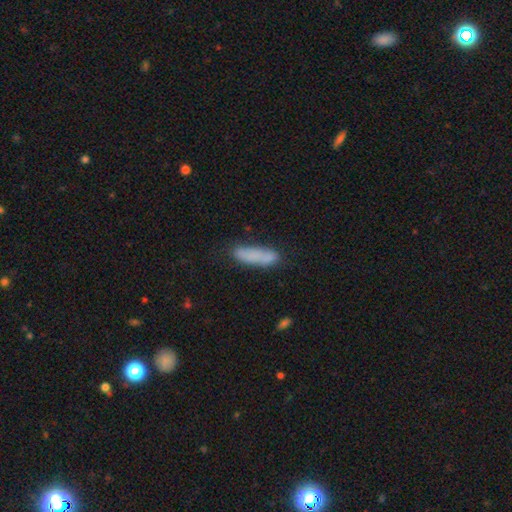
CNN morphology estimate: Smooth or featured? Predicted: smooth (p=0.79). How rounded? Predicted: cigar-shaped (p=0.65). Merging? Predicted: none (p=0.71).